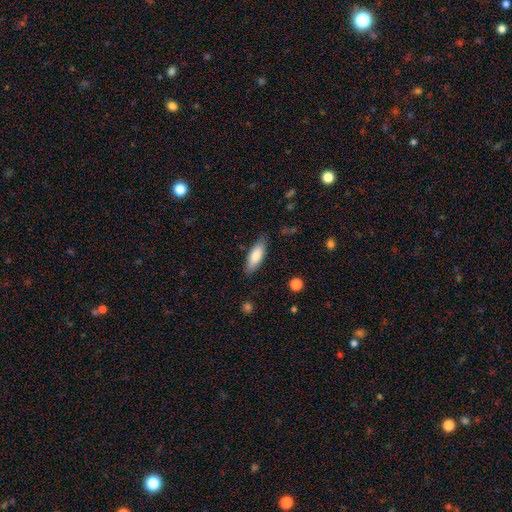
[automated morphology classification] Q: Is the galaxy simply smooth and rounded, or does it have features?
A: smooth — 78%.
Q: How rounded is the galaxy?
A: in between — 56%.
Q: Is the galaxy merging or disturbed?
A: none — 81%.